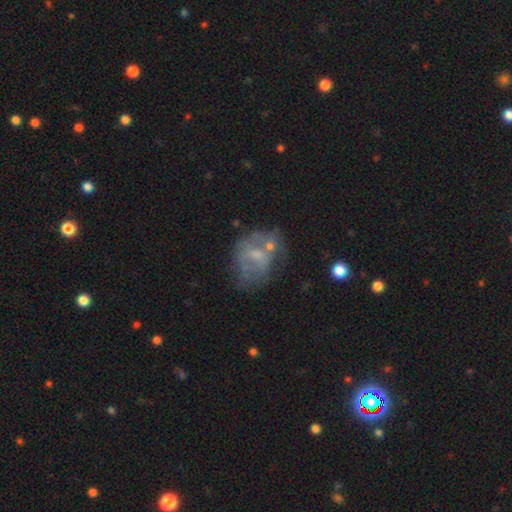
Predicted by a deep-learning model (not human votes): A featured or disk galaxy (52%) with no bar (65%), no spiral arms (71%) and a small central bulge (40%).

Vote fractions:
- Smooth or featured? featured or disk: 52% / smooth: 37% / star or artifact: 11%
- Edge-on disk? no: 97% / yes: 3%
- Bar? no: 65% / weak: 29% / strong: 6%
- Spiral arms? no: 71% / yes: 29%
- Bulge size? small: 40% / moderate: 32% / none: 24% / large: 3% / dominant: 1%
- Merging? none: 34% / major disturbance: 26% / minor disturbance: 24% / merger: 16%